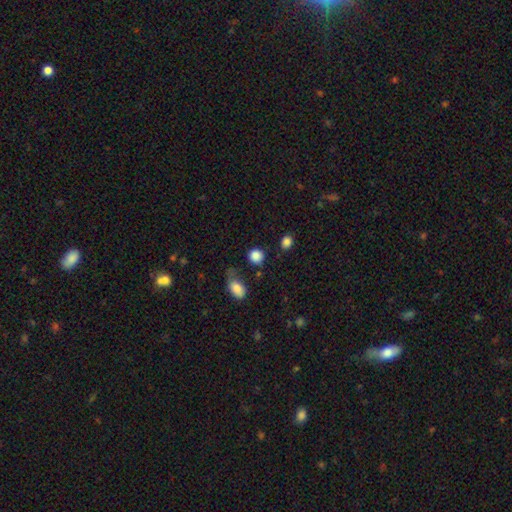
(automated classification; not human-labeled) Morphology: type=smooth (86%); roundness=round (84%); merging=none (76%).